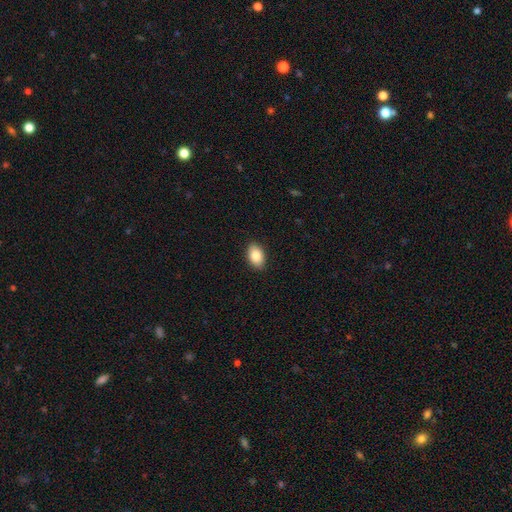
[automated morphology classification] This is clearly a smooth galaxy (87%). How rounded: clearly in between (90%). Merging: clearly none (90%).